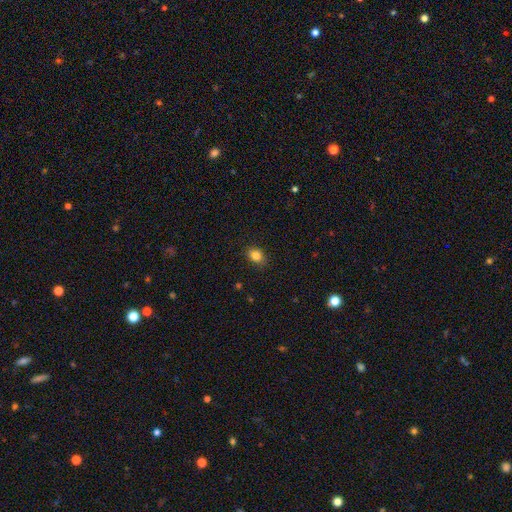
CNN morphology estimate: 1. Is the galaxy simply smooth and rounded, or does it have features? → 84% smooth, 10% star or artifact, 6% featured or disk.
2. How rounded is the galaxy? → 61% in between, 38% round, 1% cigar-shaped.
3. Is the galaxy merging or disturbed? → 87% none, 10% minor disturbance, 2% major disturbance, 1% merger.